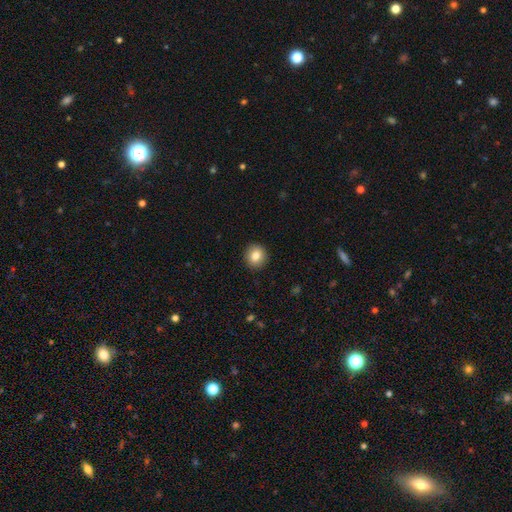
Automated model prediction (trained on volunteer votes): Morphology: type=smooth (84%); roundness=round (88%); merging=none (92%).